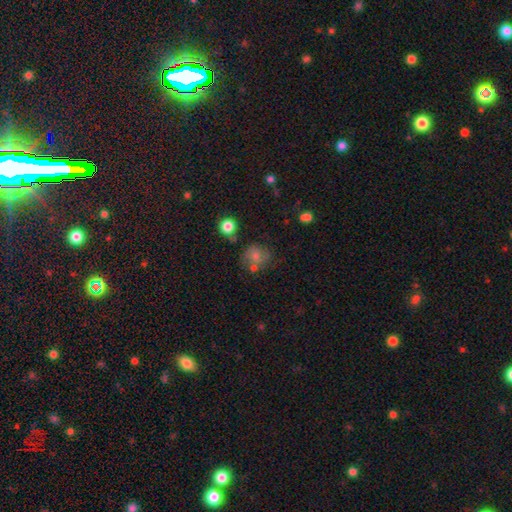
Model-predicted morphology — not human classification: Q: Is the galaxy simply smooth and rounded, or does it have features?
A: smooth — 59%.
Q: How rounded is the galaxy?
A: round — 78%.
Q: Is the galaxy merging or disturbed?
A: none — 59%.